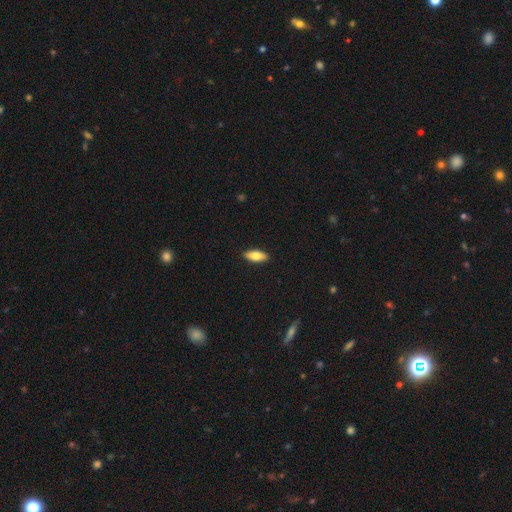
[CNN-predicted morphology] This appears to be a smooth galaxy with no disk features (78%) that is in between round and cigar-shaped (78%). Merging: none (90%).